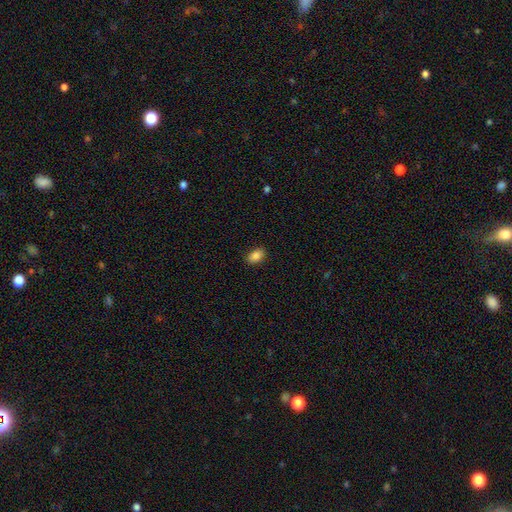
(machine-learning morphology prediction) This is clearly a smooth galaxy (86%). How rounded: clearly in between (88%). Merging: clearly none (88%).